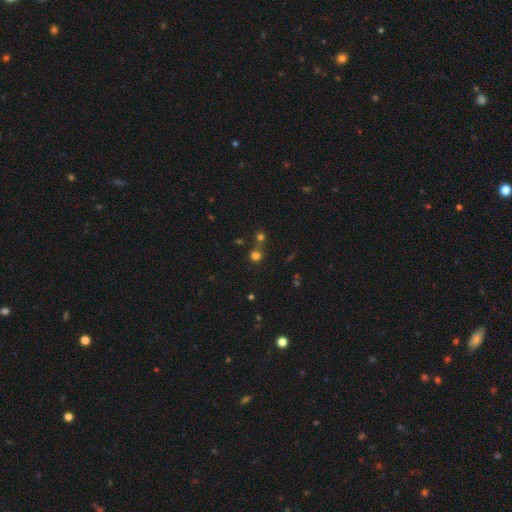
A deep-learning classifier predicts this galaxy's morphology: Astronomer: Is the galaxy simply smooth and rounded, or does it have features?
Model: smooth — 68%.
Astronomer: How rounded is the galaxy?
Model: round — 90%.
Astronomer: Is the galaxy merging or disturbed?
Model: none — 58%.